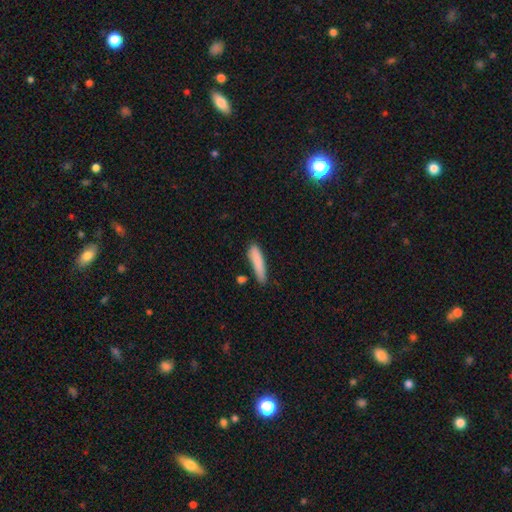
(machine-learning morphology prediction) This is clearly a smooth galaxy (82%). How rounded: clearly cigar-shaped (85%). Merging: likely none (71%).